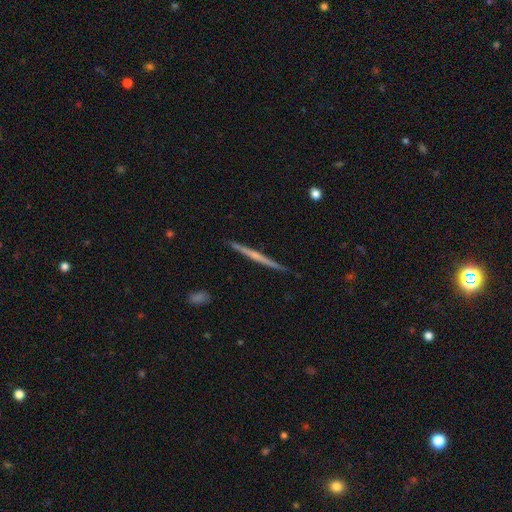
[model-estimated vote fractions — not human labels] featured or disk 68%, smooth 26%, star or artifact 6%. Down the decision tree: edge-on disk — yes (98%); edge-on bulge — none (53%); merging — none (90%).